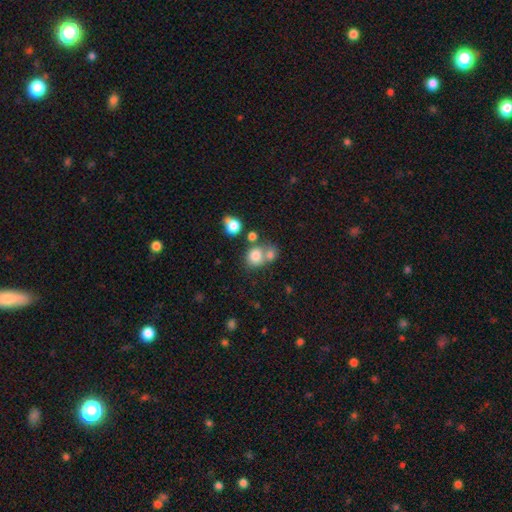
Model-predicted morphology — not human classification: Smooth or featured?
  - smooth: 77% *
  - star or artifact: 13%
  - featured or disk: 10%
How rounded?
  - round: 75% *
  - in between: 24%
  - cigar-shaped: 1%
Merging?
  - none: 45% *
  - merger: 40%
  - minor disturbance: 10%
  - major disturbance: 5%